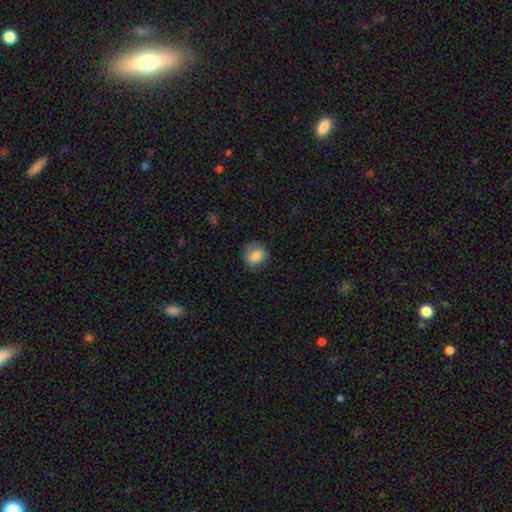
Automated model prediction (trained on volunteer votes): This appears to be a smooth galaxy with no disk features (80%) that is round (67%). Merging: none (74%).